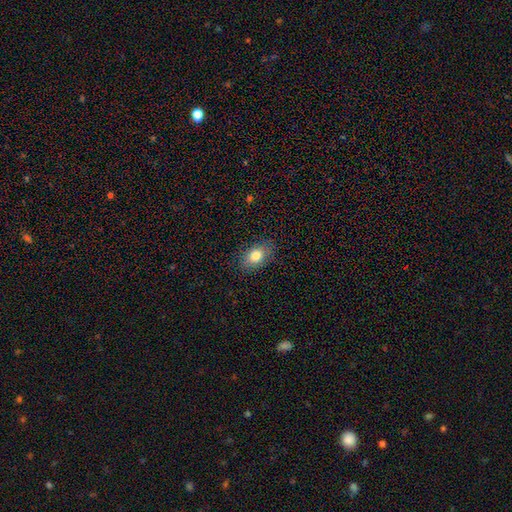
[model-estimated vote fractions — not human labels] A smooth galaxy with no disk features (81%) that is in between round and cigar-shaped (86%).

Vote fractions:
- Smooth or featured? smooth: 81% / featured or disk: 11% / star or artifact: 8%
- How rounded? in between: 86% / round: 12% / cigar-shaped: 2%
- Merging? none: 85% / minor disturbance: 11% / major disturbance: 3% / merger: 1%